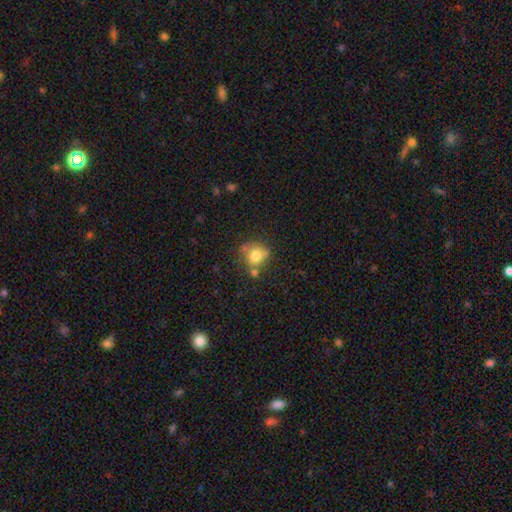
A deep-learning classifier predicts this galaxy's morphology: type=smooth (71%); roundness=round (74%); merging=none (51%).